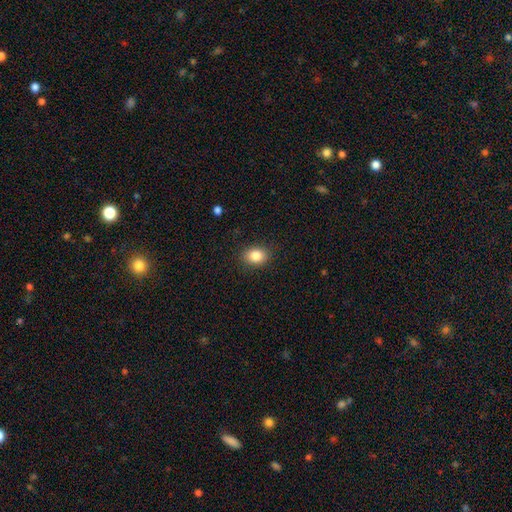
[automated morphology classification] Smooth or featured? smooth (85%)
How rounded? in between (60%)
Merging? none (88%)